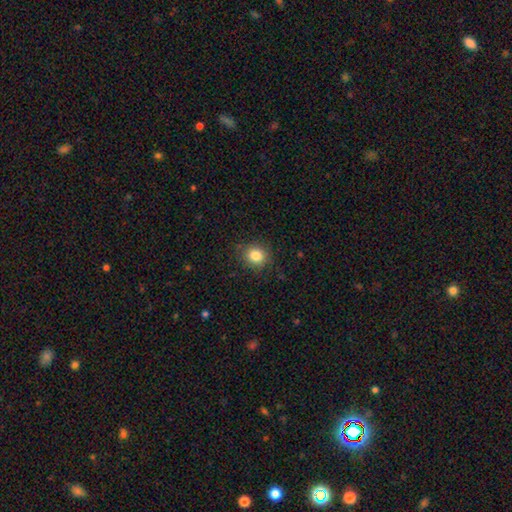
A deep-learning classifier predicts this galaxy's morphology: A smooth galaxy with no disk features (84%) that is round (74%). Merging: none (84%).